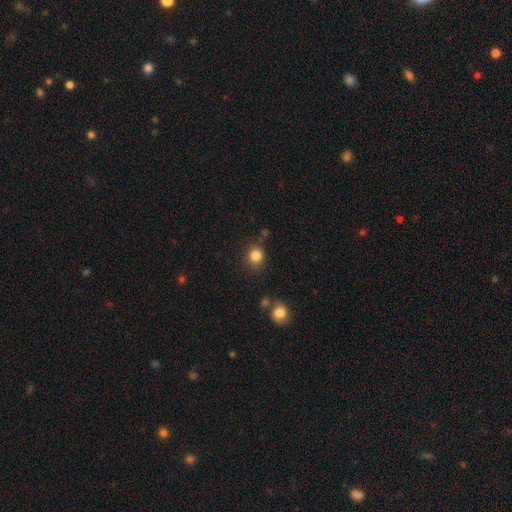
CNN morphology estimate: Smooth or featured? Predicted: smooth (p=0.84). How rounded? Predicted: round (p=0.81). Merging? Predicted: none (p=0.81).